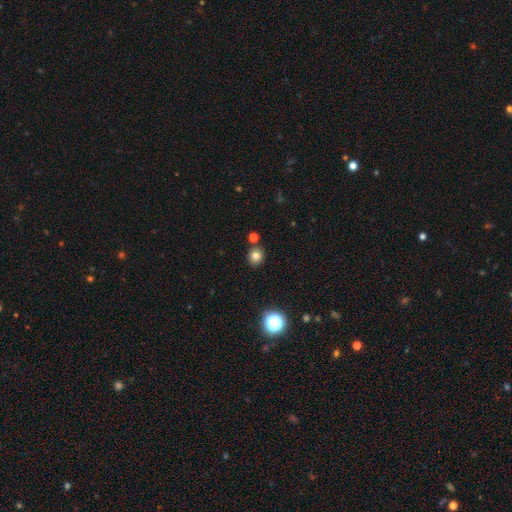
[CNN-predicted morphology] A smooth galaxy with no disk features (79%) that is round (81%). Merging: none (82%).